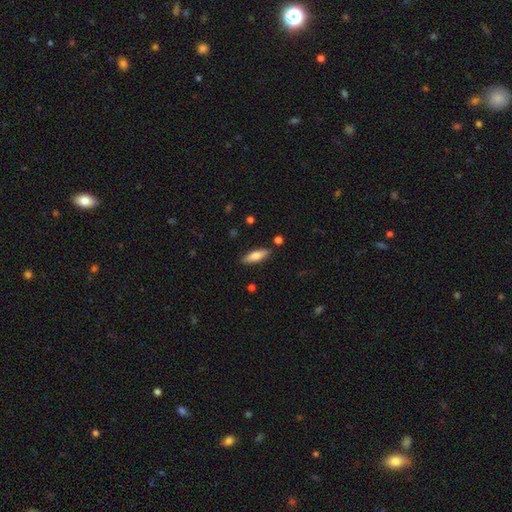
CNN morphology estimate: type=smooth (71%); roundness=cigar-shaped (52%); merging=none (86%).